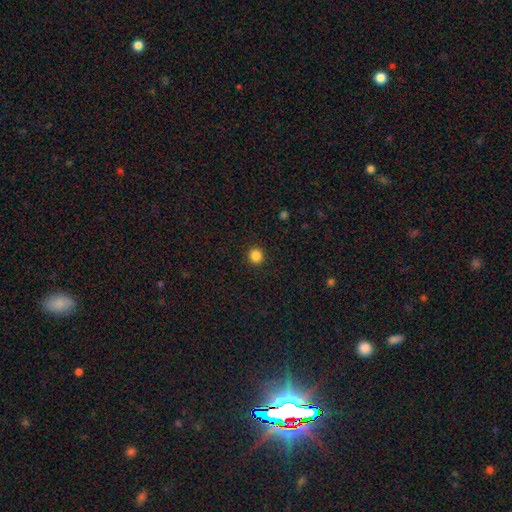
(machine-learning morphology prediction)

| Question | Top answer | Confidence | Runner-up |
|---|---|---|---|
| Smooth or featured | smooth | 86% | star or artifact (11%) |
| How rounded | round | 93% | in between (6%) |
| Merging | none | 93% | minor disturbance (5%) |